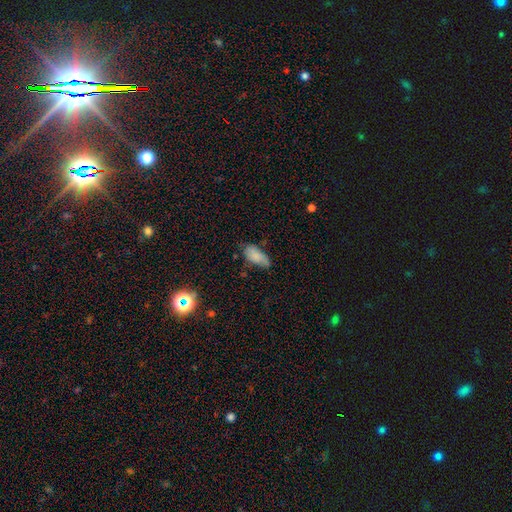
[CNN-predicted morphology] A smooth galaxy with no disk features (81%) that is in between round and cigar-shaped (87%).

Vote fractions:
- Smooth or featured? smooth: 81% / featured or disk: 10% / star or artifact: 9%
- How rounded? in between: 87% / cigar-shaped: 11% / round: 3%
- Merging? none: 50% / minor disturbance: 37% / major disturbance: 9% / merger: 4%